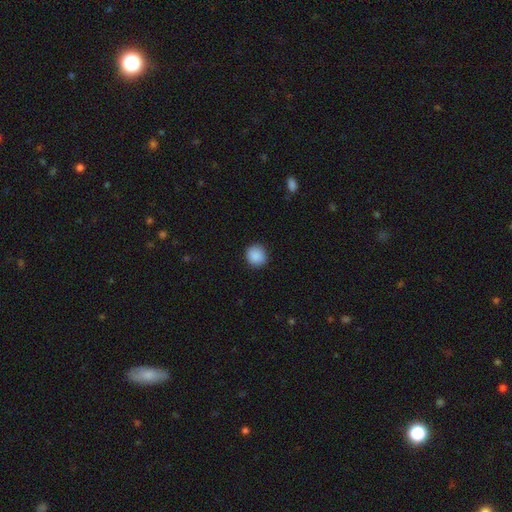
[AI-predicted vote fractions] A smooth galaxy with no disk features (89%) that is round (92%). Merging: none (91%).